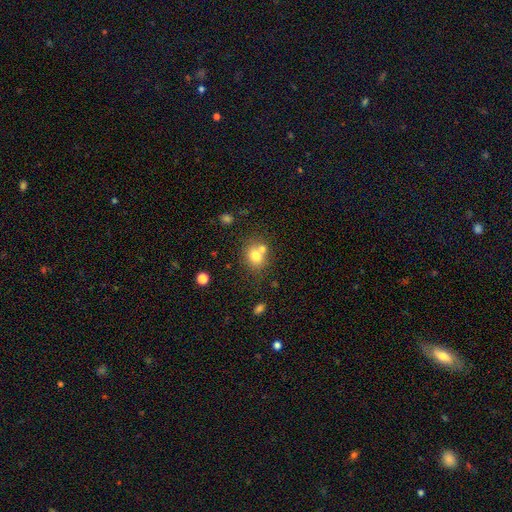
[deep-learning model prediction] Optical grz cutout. It shows a smooth galaxy with no disk features (73%) that is round (70%). Merging: none (50%).